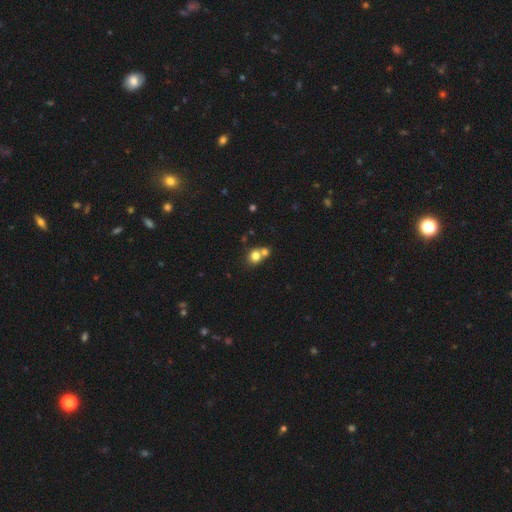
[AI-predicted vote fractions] This is likely a smooth galaxy (78%). How rounded: likely round (78%). Merging: possibly merger (45%).